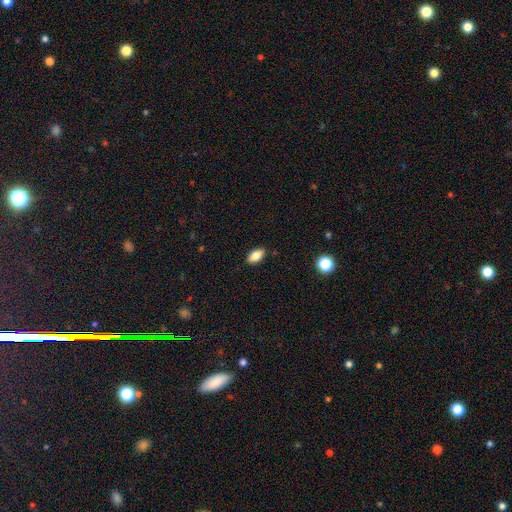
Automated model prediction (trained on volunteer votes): smooth 82%, featured or disk 10%, star or artifact 8%. Down the decision tree: how rounded — in between (91%); merging — none (88%).